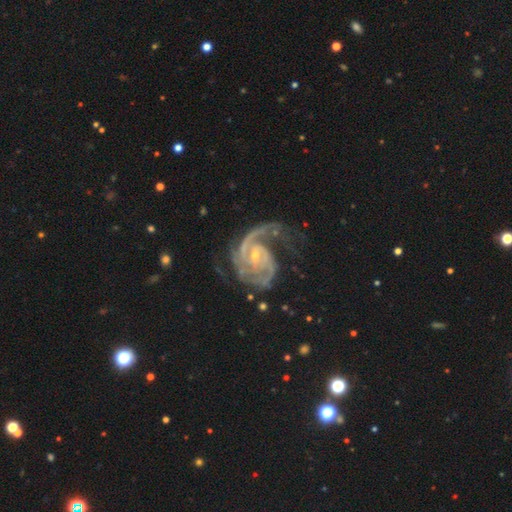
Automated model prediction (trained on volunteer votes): Morphology: type=featured or disk (93%); edge-on=no (98%); bar=no (45%); spiral arms=yes (98%); winding=medium (49%); arm count=2 (55%); bulge=small (74%); merging=none (50%).